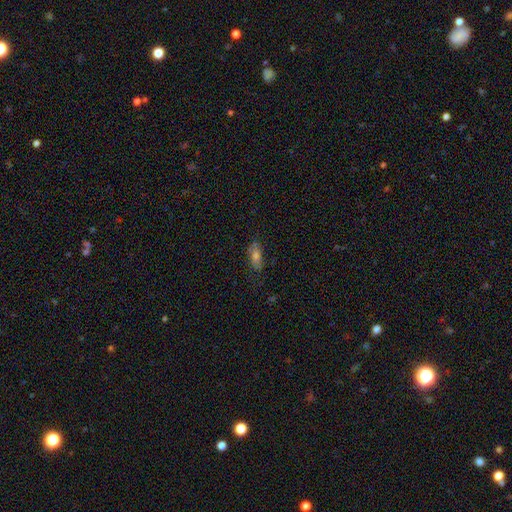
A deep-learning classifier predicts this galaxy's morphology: Smooth or featured? Predicted: smooth (p=0.59). How rounded? Predicted: in between (p=0.69). Merging? Predicted: none (p=0.76).